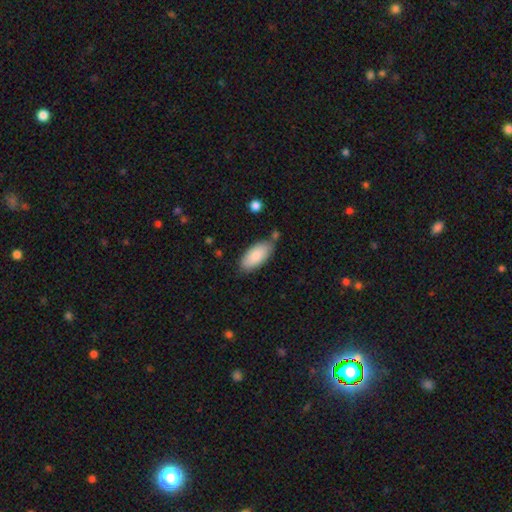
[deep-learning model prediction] A smooth galaxy with no disk features (87%) that is in between round and cigar-shaped (90%). Merging: none (70%).